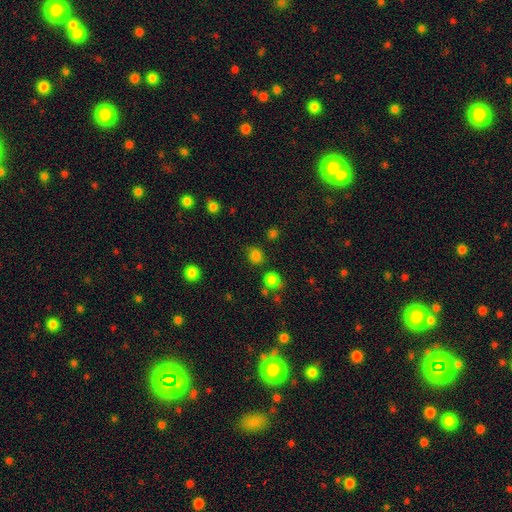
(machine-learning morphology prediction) smooth 80%, star or artifact 15%, featured or disk 4%. Down the decision tree: how rounded — round (79%); merging — none (75%).